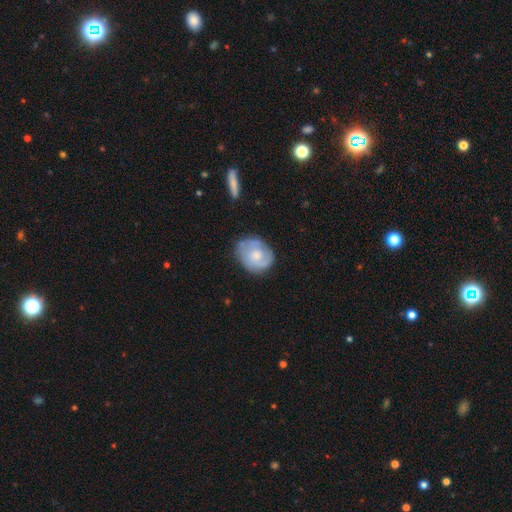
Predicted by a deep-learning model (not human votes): smooth_or_featured: featured or disk (p=0.54) [alt: smooth p=0.40]
disk_edge_on: no (p=0.97) [alt: yes p=0.03]
bar: no (p=0.79) [alt: weak p=0.19]
has_spiral_arms: yes (p=0.73) [alt: no p=0.27]
bulge_size: moderate (p=0.50) [alt: small p=0.43]
merging: none (p=0.67) [alt: minor disturbance p=0.24]